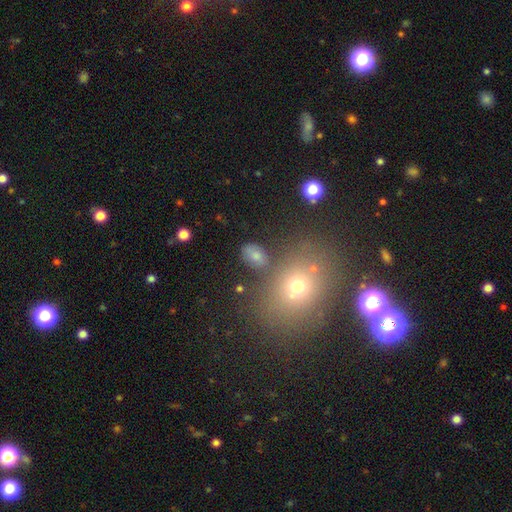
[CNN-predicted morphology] type=smooth (72%); roundness=in between (81%); merging=none (69%).